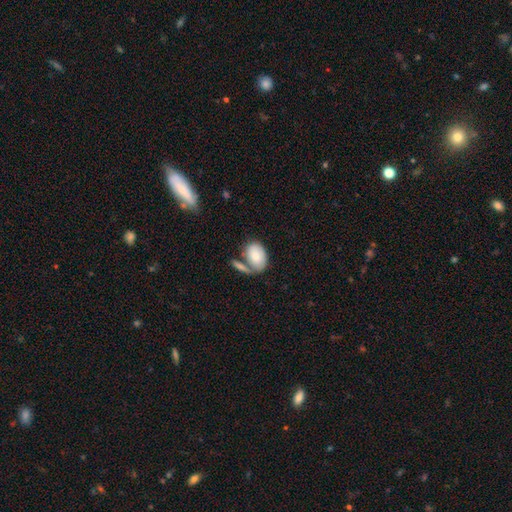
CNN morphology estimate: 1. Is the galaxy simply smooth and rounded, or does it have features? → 77% smooth, 17% featured or disk, 6% star or artifact.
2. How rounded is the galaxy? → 86% in between, 12% round, 2% cigar-shaped.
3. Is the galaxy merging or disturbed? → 44% none, 31% merger, 17% minor disturbance, 8% major disturbance.